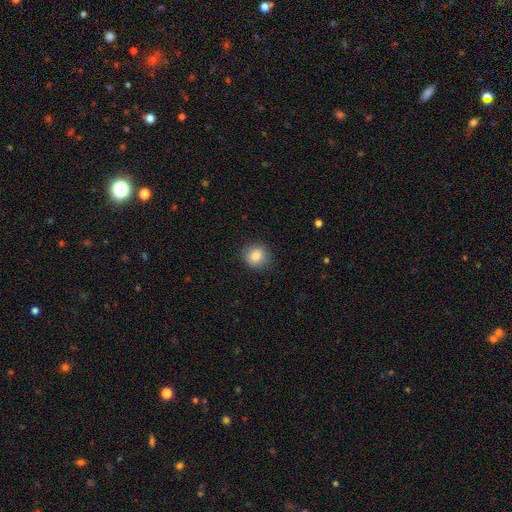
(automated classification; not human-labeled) Morphology: type=smooth (85%); roundness=round (89%); merging=none (89%).